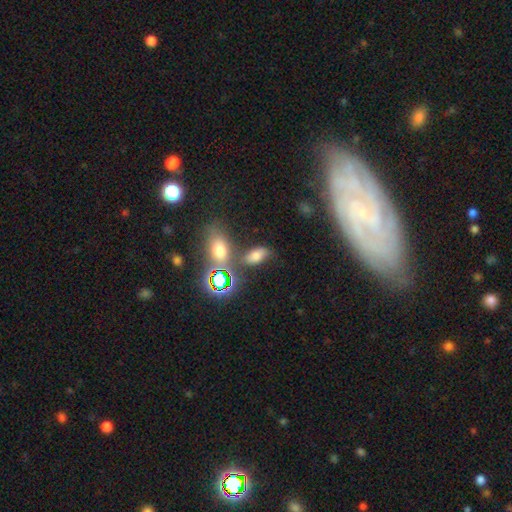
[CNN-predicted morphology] smooth 63%, star or artifact 25%, featured or disk 12%. Down the decision tree: how rounded — in between (88%); merging — none (65%).